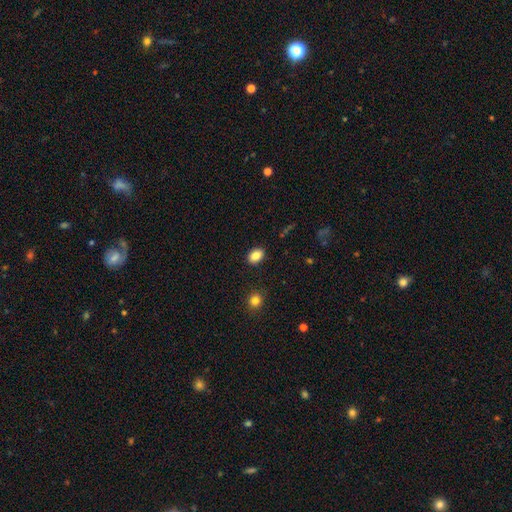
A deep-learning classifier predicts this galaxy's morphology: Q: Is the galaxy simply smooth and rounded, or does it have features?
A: smooth — 86%.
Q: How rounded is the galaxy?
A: in between — 75%.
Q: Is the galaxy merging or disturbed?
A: none — 89%.